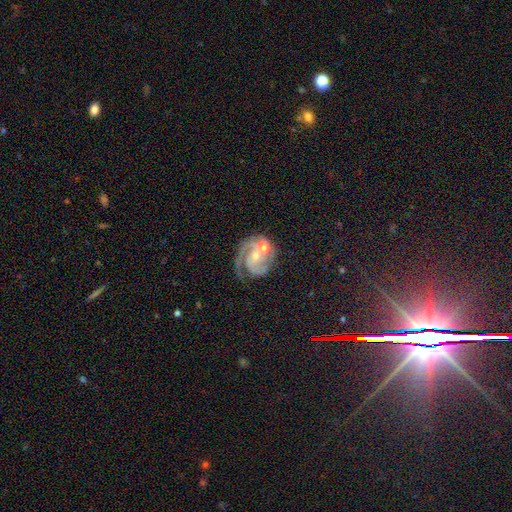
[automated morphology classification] Smooth or featured? featured or disk (79%)
Edge-on disk? no (98%)
Bar? no (65%)
Spiral arms? yes (94%)
Spiral winding? tight (52%)
Spiral arm count? 2 (52%)
Bulge size? small (56%)
Merging? none (48%)